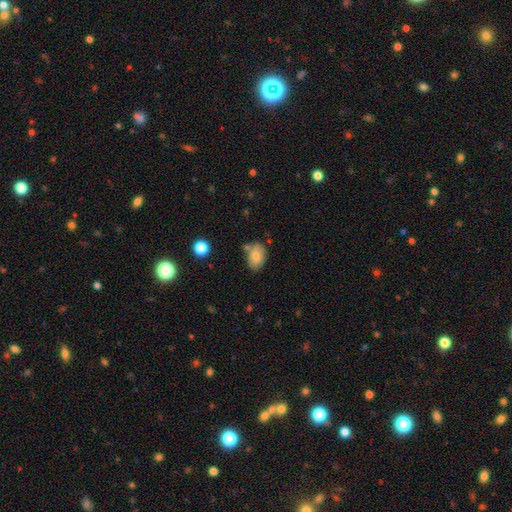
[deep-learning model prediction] This appears to be a smooth galaxy with no disk features (81%) that is in between round and cigar-shaped (85%). Merging: none (65%).